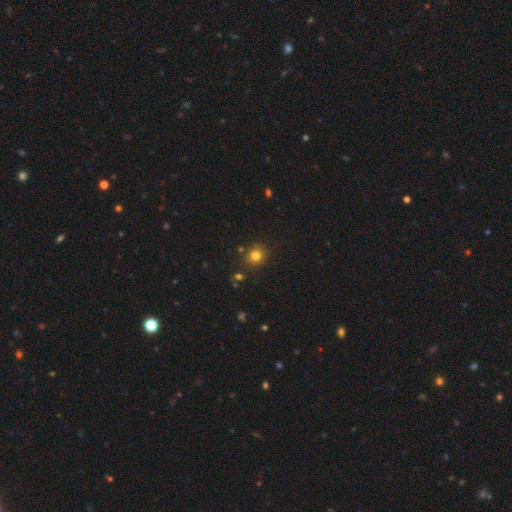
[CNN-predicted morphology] A smooth galaxy with no disk features (78%) that is round (86%).

Vote fractions:
- Smooth or featured? smooth: 78% / star or artifact: 16% / featured or disk: 6%
- How rounded? round: 86% / in between: 14% / cigar-shaped: 1%
- Merging? none: 85% / minor disturbance: 9% / merger: 4% / major disturbance: 2%